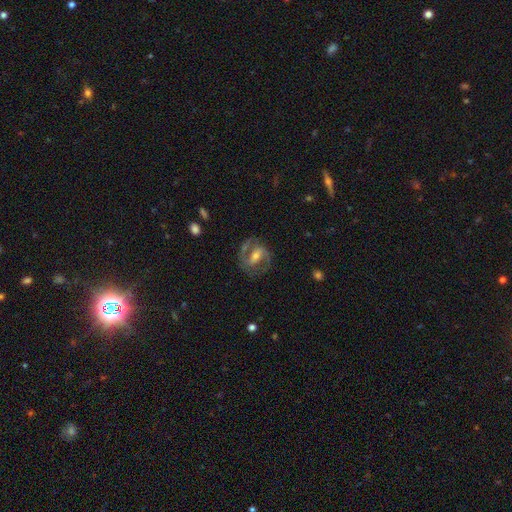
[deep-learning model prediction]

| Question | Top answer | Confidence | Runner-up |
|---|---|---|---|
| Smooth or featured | featured or disk | 82% | smooth (12%) |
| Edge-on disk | no | 96% | yes (4%) |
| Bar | strong | 44% | weak (38%) |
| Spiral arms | yes | 92% | no (8%) |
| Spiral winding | medium | 56% | tight (26%) |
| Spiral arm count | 2 | 89% | can't tell (5%) |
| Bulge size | moderate | 51% | small (39%) |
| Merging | none | 76% | minor disturbance (14%) |